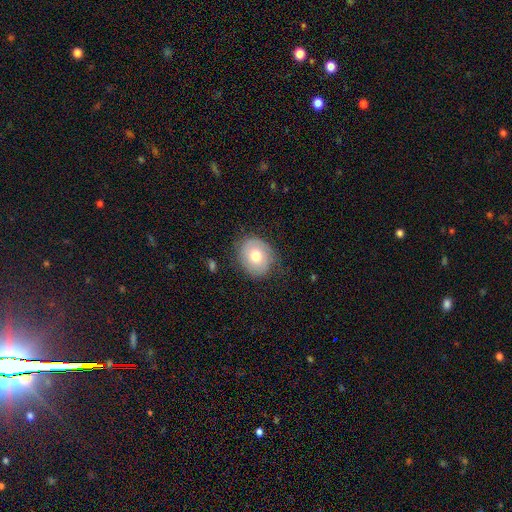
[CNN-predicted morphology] Smooth or featured?
  - smooth: 67% *
  - featured or disk: 25%
  - star or artifact: 8%
How rounded?
  - round: 61% *
  - in between: 39%
  - cigar-shaped: 1%
Merging?
  - none: 72% *
  - minor disturbance: 21%
  - major disturbance: 6%
  - merger: 1%